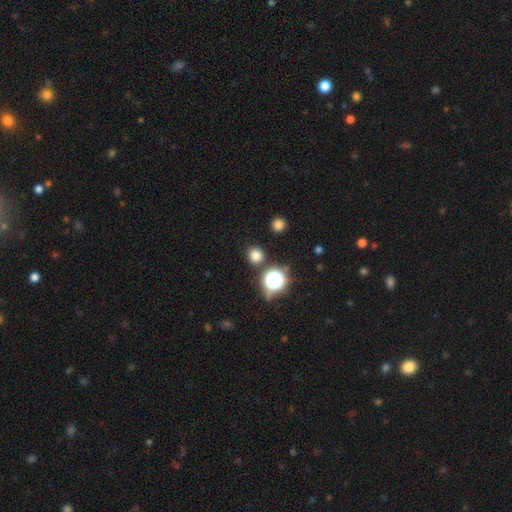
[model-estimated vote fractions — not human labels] Overall: smooth (75%). How rounded: round (92%). Merging: none (87%).